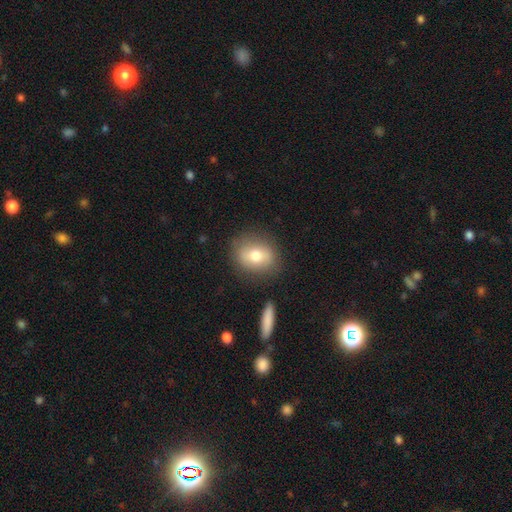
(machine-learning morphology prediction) Overall: smooth (68%). How rounded: in between (49%, tied with round). Merging: none (81%).